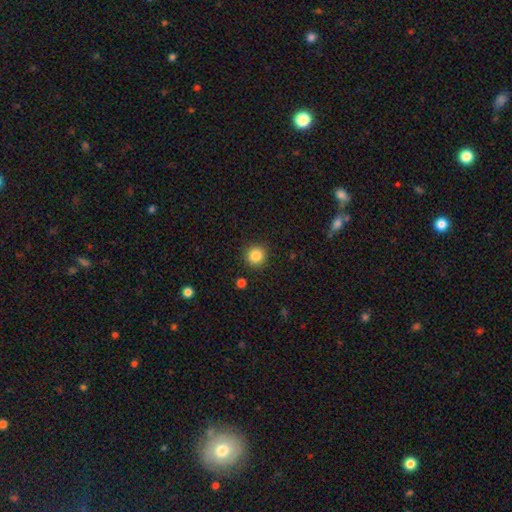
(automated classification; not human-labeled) The model was most divided on "smooth or featured": smooth: 85%, star or artifact: 10%, featured or disk: 4%. More confident: how rounded — round (94%); merging — none (90%).